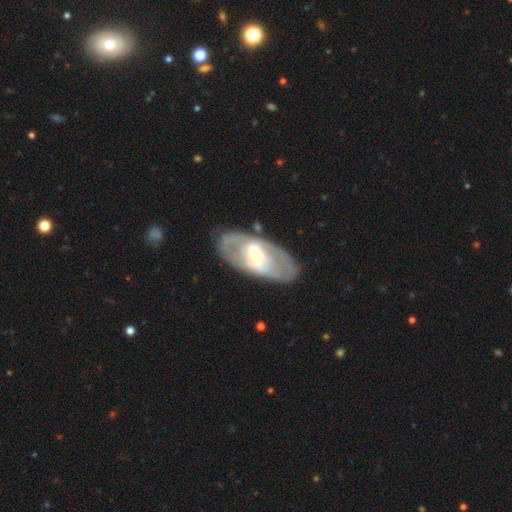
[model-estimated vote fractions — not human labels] Morphology: type=featured or disk (71%); edge-on=no (90%); bar=strong (43%); spiral arms=yes (51%); bulge=moderate (48%); merging=none (77%).